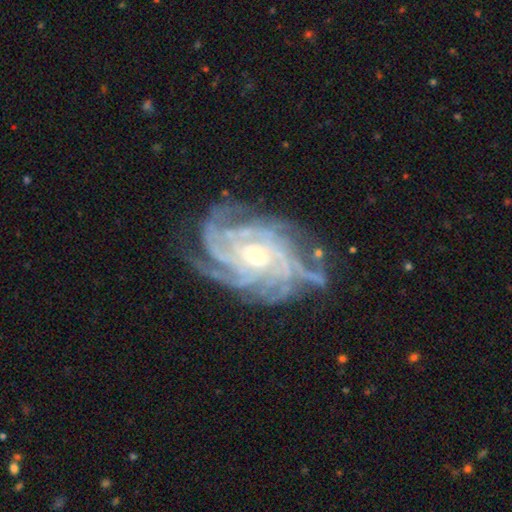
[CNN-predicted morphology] Smooth or featured?
  - featured or disk: 91% *
  - star or artifact: 6%
  - smooth: 4%
Edge-on disk?
  - no: 97% *
  - yes: 3%
Bar?
  - no: 70% *
  - weak: 23%
  - strong: 8%
Spiral arms?
  - yes: 98% *
  - no: 2%
Spiral winding?
  - tight: 70% *
  - medium: 25%
  - loose: 4%
Spiral arm count?
  - more than 4: 31% *
  - 4: 28%
  - can't tell: 16%
  - 3: 11%
  - 2: 7%
  - 1: 7%
Bulge size?
  - small: 67% *
  - moderate: 29%
  - large: 2%
  - none: 1%
  - dominant: 1%
Merging?
  - none: 72% *
  - minor disturbance: 18%
  - major disturbance: 8%
  - merger: 2%